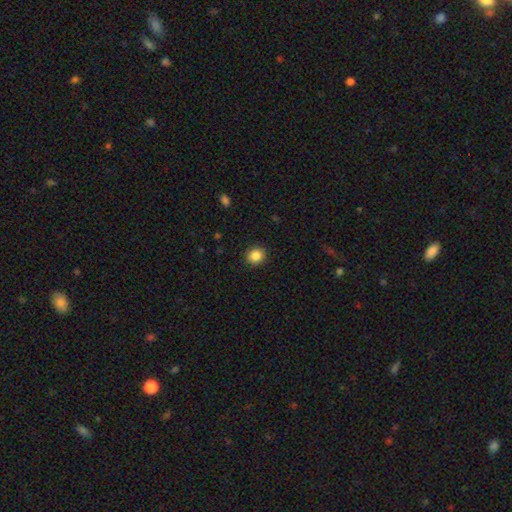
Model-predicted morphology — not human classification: Smooth or featured? smooth (86%)
How rounded? round (81%)
Merging? none (91%)